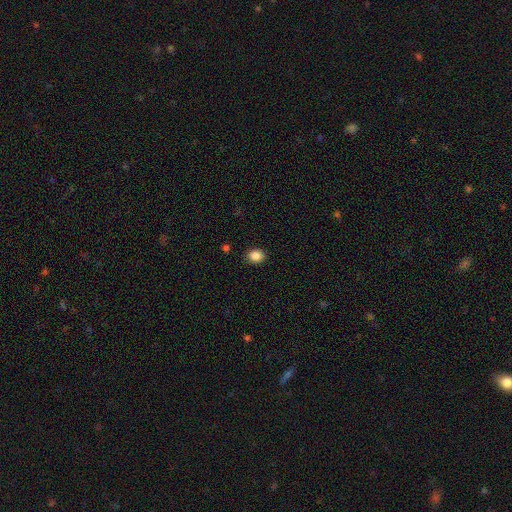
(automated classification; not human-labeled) Q: Smooth or featured?
A: smooth (87%); runner-up: star or artifact (9%)
Q: How rounded?
A: round (51%); runner-up: in between (48%)
Q: Merging?
A: none (90%); runner-up: minor disturbance (7%)